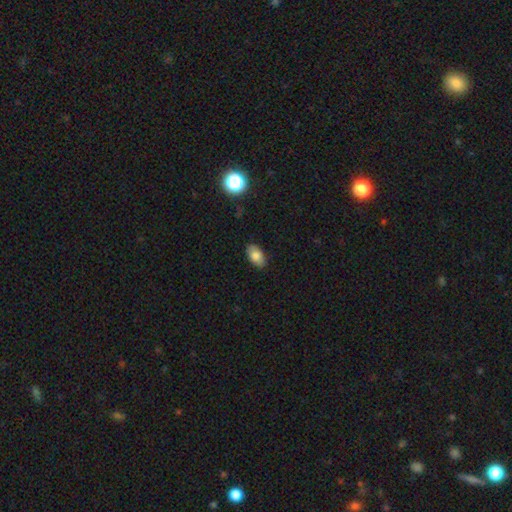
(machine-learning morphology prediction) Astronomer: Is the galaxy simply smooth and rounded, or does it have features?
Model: smooth — 80%.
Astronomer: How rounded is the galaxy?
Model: in between — 92%.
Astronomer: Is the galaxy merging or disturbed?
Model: none — 86%.